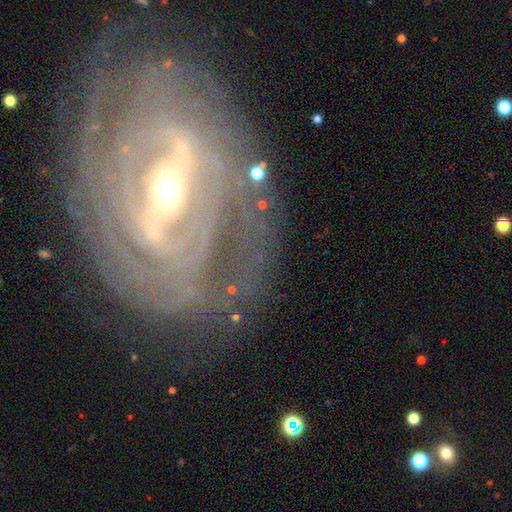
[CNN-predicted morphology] The model was most divided on "spiral arm count": can't tell: 43%, 2: 21%, 3: 12%, 4: 10%, more than 4: 8%, 1: 6%. More confident: edge-on disk — no (93%); smooth or featured — featured or disk (88%); spiral arms — yes (85%); merging — none (75%); spiral winding — tight (74%); bulge size — moderate (60%); bar — strong (59%).